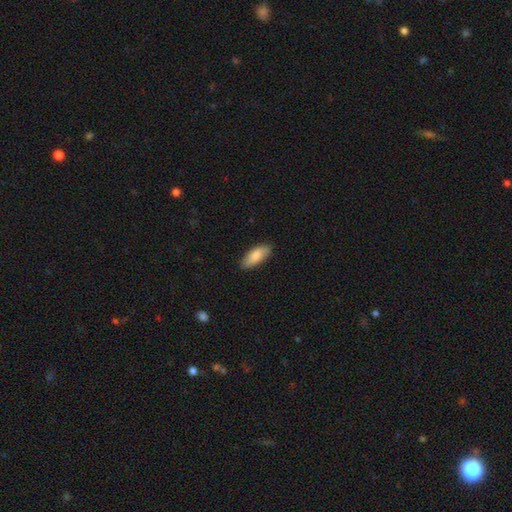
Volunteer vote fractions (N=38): Smooth or featured? smooth (76%)
How rounded? in between (79%)
Merging? none (83%)